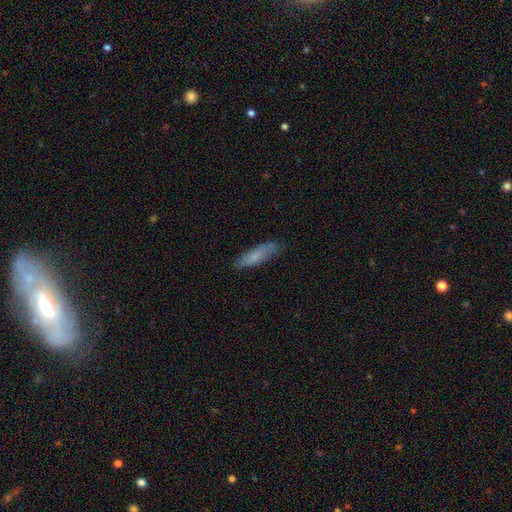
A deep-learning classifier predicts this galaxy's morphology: smooth 72%, featured or disk 21%, star or artifact 7%. Down the decision tree: how rounded — cigar-shaped (64%); merging — none (75%).